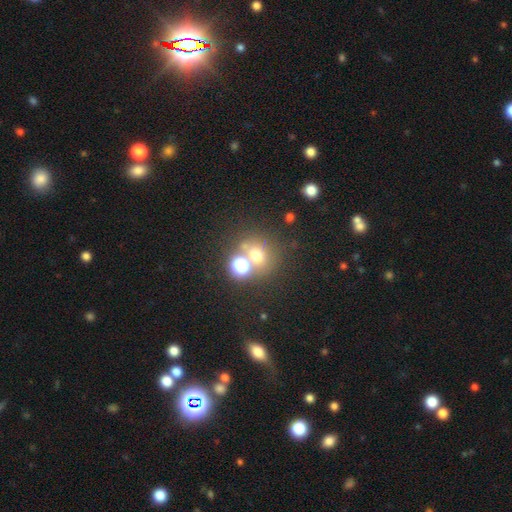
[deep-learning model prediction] Smooth or featured?
  - smooth: 62% *
  - star or artifact: 26%
  - featured or disk: 13%
How rounded?
  - round: 81% *
  - in between: 18%
  - cigar-shaped: 1%
Merging?
  - none: 55% *
  - merger: 31%
  - minor disturbance: 9%
  - major disturbance: 6%